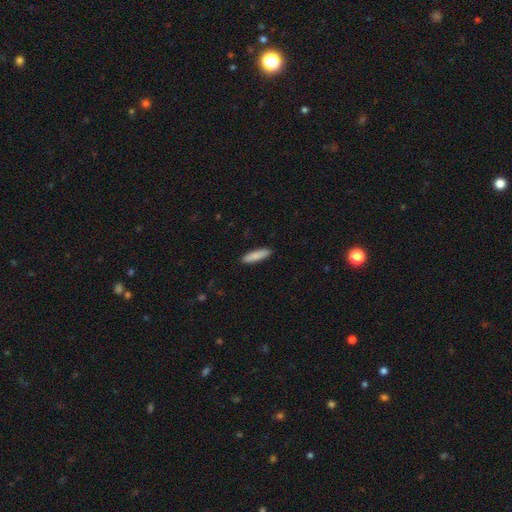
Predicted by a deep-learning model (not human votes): A smooth galaxy with no disk features (87%) that is cigar-shaped (72%). Merging: none (91%).